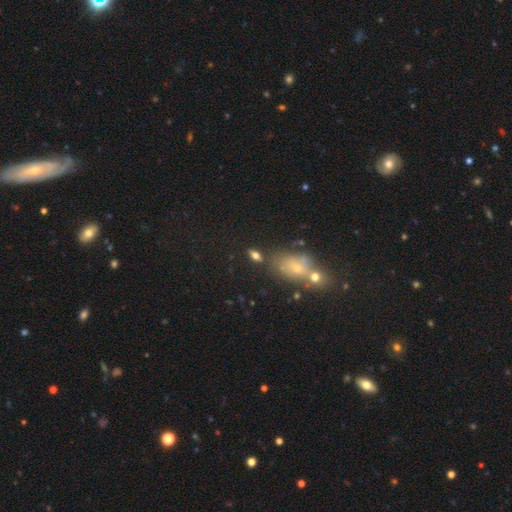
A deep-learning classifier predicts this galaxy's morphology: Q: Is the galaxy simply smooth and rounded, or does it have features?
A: smooth — 70%.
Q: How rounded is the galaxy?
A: in between — 79%.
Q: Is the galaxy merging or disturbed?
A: none — 67%.